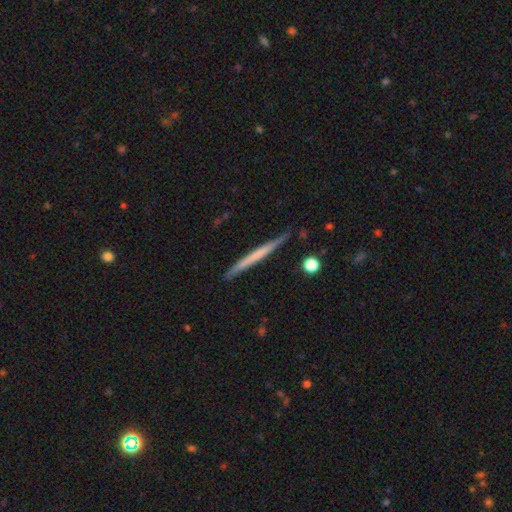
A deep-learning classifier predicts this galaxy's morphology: Q: Smooth or featured?
A: smooth (50%); runner-up: featured or disk (45%)
Q: Merging?
A: none (87%); runner-up: minor disturbance (9%)